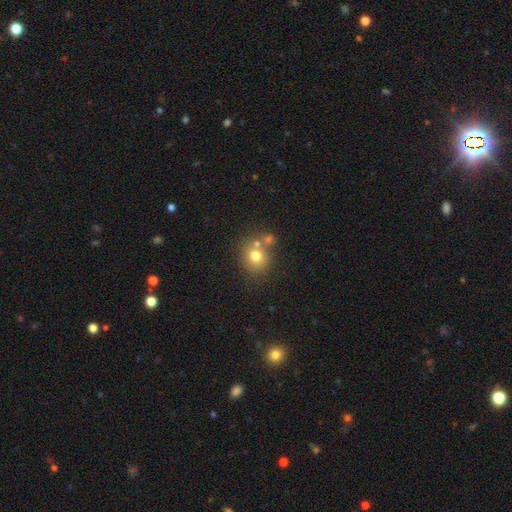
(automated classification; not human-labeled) A smooth galaxy with no disk features (74%) that is round (79%). Merging: none (58%).